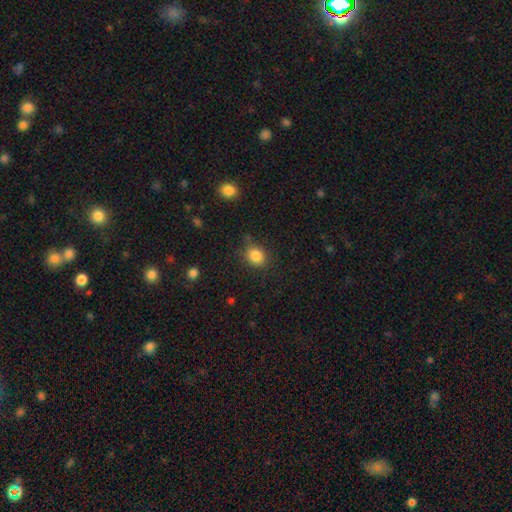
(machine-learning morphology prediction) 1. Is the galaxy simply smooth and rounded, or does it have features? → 85% smooth, 10% star or artifact, 5% featured or disk.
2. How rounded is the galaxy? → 62% round, 37% in between, 1% cigar-shaped.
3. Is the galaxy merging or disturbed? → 78% none, 15% minor disturbance, 4% major disturbance, 3% merger.